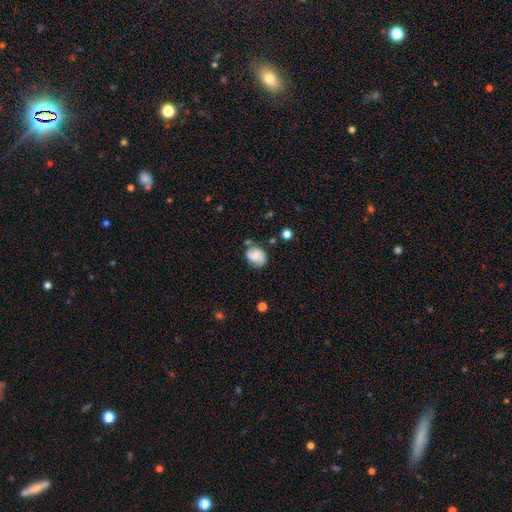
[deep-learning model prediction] Smooth or featured: smooth — 69% (featured or disk — 22%)
How rounded: in between — 52% (round — 47%)
Merging: none — 56% (minor disturbance — 27%)